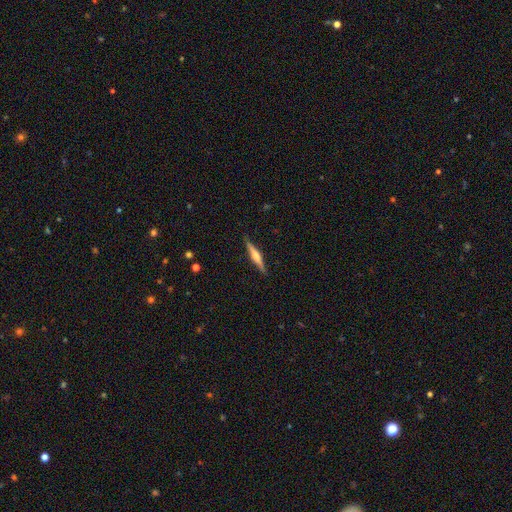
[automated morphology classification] Smooth or featured? Predicted: featured or disk (p=0.65). Edge-on disk? Predicted: yes (p=0.98). Edge-on bulge? Predicted: rounded (p=0.75). Merging? Predicted: none (p=0.89).